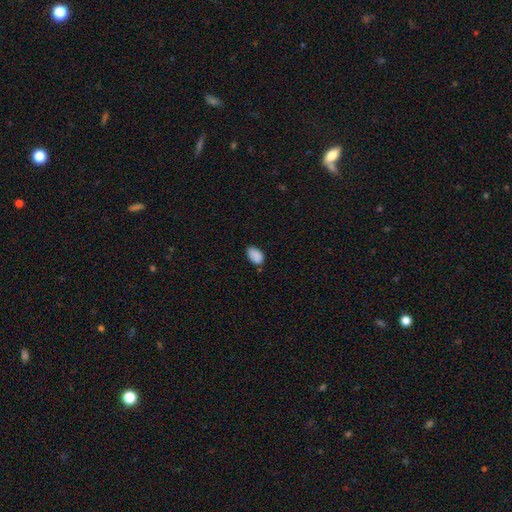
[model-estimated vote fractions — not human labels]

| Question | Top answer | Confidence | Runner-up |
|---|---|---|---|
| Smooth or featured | smooth | 89% | star or artifact (8%) |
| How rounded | in between | 91% | round (7%) |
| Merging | none | 74% | minor disturbance (21%) |